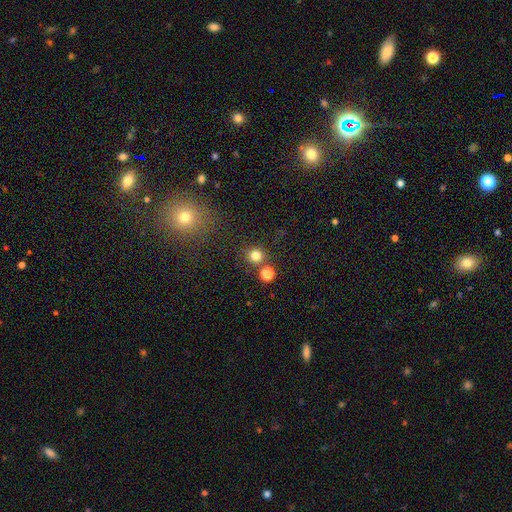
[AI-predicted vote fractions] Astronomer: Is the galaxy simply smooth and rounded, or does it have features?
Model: smooth — 78%.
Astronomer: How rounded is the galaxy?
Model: round — 91%.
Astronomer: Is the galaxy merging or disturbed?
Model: none — 77%.